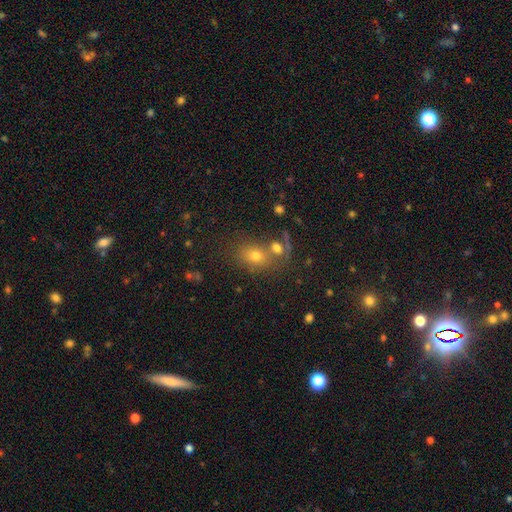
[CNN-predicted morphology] A smooth galaxy with no disk features (67%) that is in between round and cigar-shaped (57%).

Vote fractions:
- Smooth or featured? smooth: 67% / star or artifact: 18% / featured or disk: 14%
- How rounded? in between: 57% / round: 41% / cigar-shaped: 2%
- Merging? none: 52% / merger: 33% / minor disturbance: 10% / major disturbance: 5%